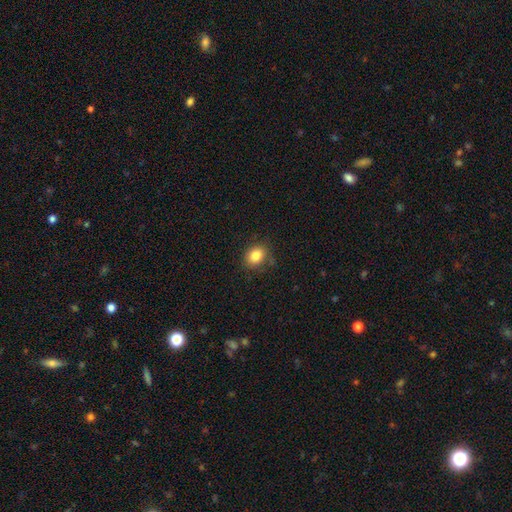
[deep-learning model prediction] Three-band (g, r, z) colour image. It shows a smooth galaxy with no disk features (84%) that is in between round and cigar-shaped (53%). Merging: none (80%).